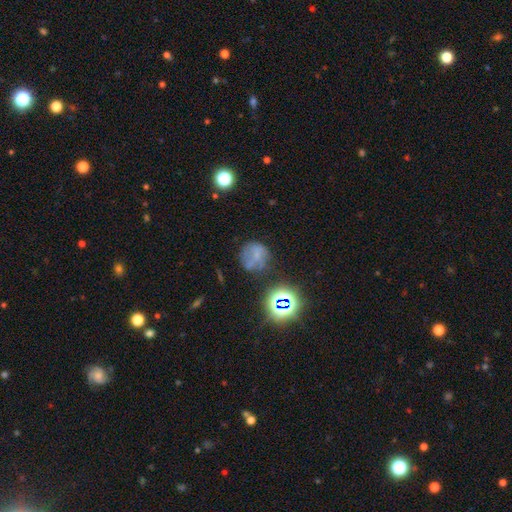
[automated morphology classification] This is possibly a smooth galaxy (45%). Merging: possibly none (56%).